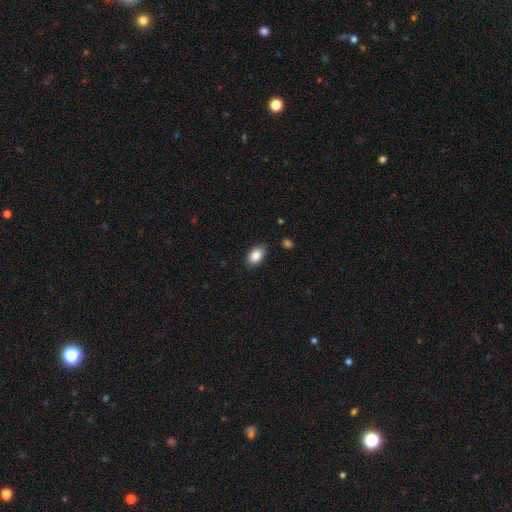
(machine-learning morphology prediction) Q: Smooth or featured?
A: smooth (87%); runner-up: star or artifact (8%)
Q: How rounded?
A: in between (88%); runner-up: round (10%)
Q: Merging?
A: none (79%); runner-up: minor disturbance (17%)